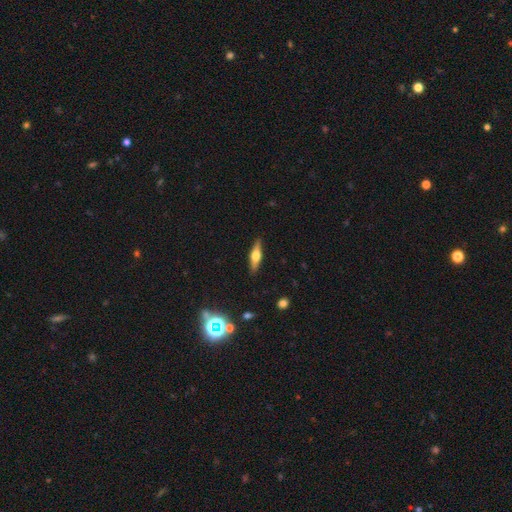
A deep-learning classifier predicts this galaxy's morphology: type=featured or disk (55%); edge-on=yes (94%); edge-on bulge=rounded (92%); merging=none (89%).